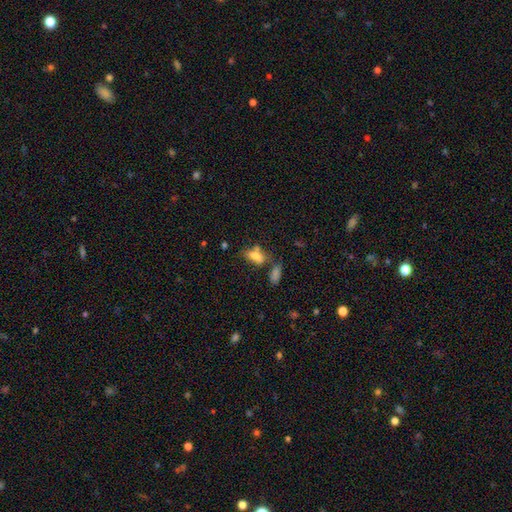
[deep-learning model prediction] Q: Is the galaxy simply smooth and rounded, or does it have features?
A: smooth — 69%.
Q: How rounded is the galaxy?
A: in between — 84%.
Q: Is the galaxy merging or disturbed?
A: none — 46%.